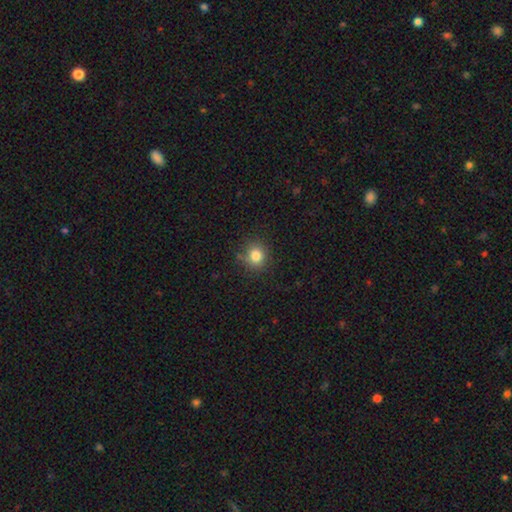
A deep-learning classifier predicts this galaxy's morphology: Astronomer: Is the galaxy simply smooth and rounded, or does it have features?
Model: smooth — 82%.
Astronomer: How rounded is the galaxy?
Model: round — 84%.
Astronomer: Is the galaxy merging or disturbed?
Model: none — 82%.